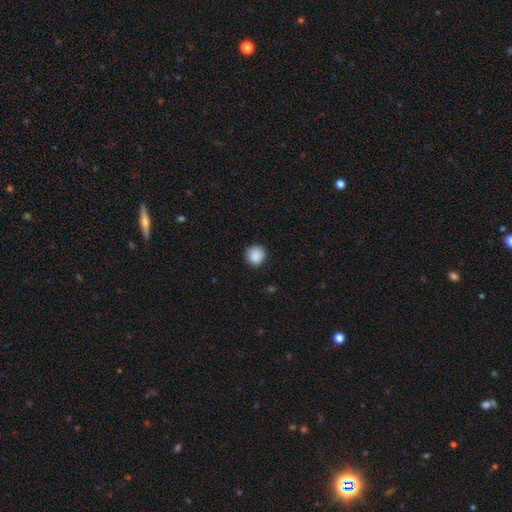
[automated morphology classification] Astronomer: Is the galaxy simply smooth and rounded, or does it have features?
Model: smooth — 89%.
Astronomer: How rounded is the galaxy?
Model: round — 93%.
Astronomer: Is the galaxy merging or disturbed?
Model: none — 89%.